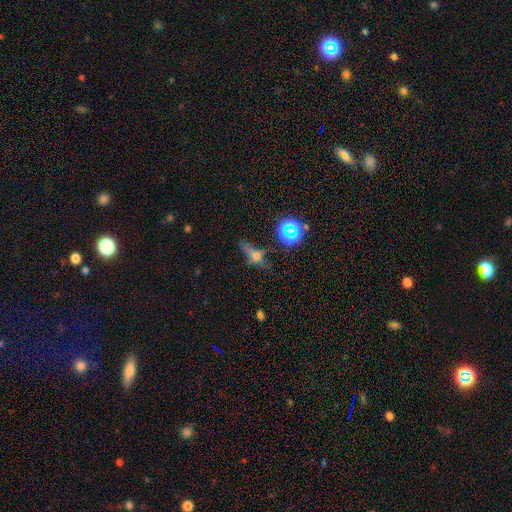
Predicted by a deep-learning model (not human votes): Smooth or featured: smooth — 36% (featured or disk — 35%)
Merging: none — 44% (major disturbance — 25%)